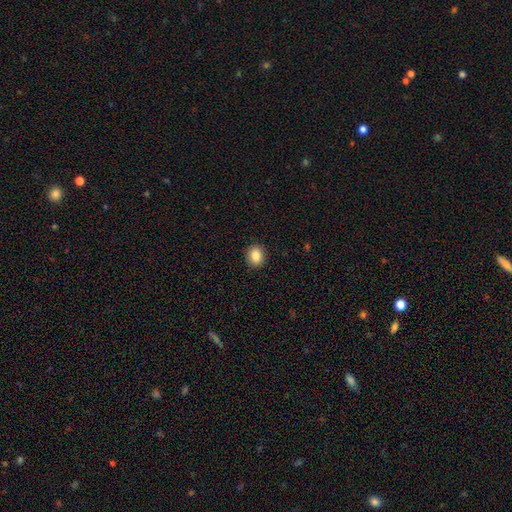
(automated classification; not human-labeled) Morphology: type=smooth (87%); roundness=round (58%); merging=none (91%).